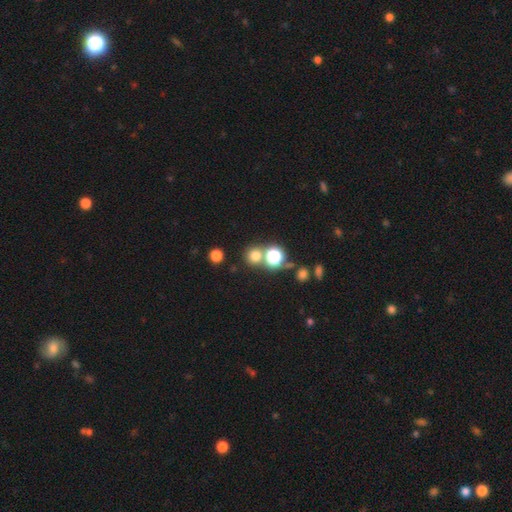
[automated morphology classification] smooth_or_featured: smooth (p=0.70) [alt: star or artifact p=0.23]
how_rounded: round (p=0.90) [alt: in between p=0.09]
merging: none (p=0.69) [alt: merger p=0.21]